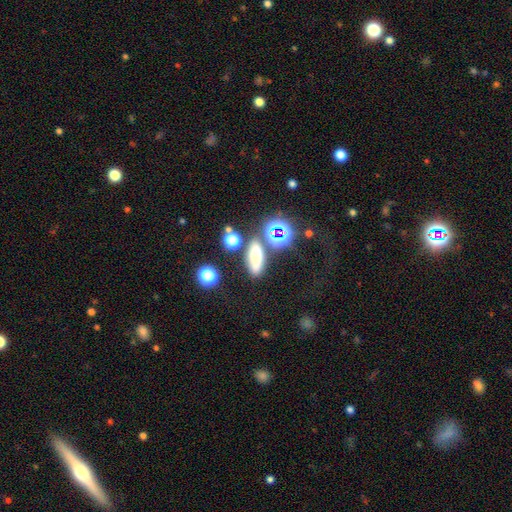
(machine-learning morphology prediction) Smooth or featured?
  - smooth: 61% *
  - star or artifact: 27%
  - featured or disk: 13%
How rounded?
  - in between: 55% *
  - cigar-shaped: 25%
  - round: 20%
Merging?
  - none: 71% *
  - minor disturbance: 13%
  - merger: 11%
  - major disturbance: 6%